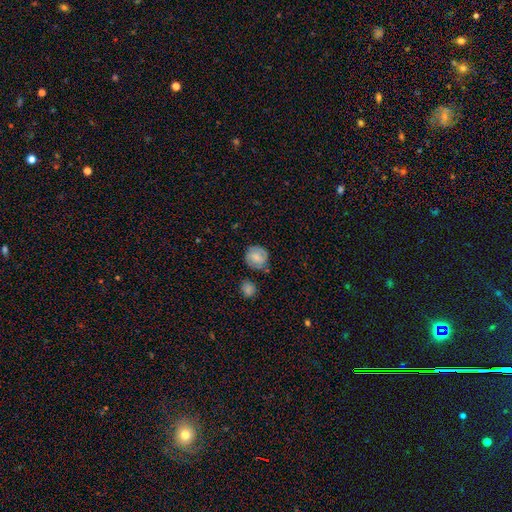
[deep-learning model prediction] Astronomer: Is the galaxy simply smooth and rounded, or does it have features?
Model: smooth — 54% (runner-up: featured or disk, 37%).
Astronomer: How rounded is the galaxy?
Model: round — 82%.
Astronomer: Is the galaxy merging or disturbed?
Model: none — 70%.